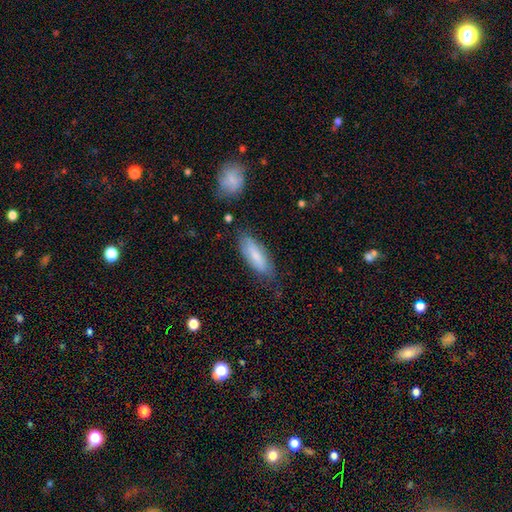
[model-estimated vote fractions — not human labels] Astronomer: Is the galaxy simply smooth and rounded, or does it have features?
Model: smooth — 76%.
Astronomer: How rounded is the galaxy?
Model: in between — 61% (runner-up: cigar-shaped, 38%).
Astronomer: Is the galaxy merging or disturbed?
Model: none — 69%.